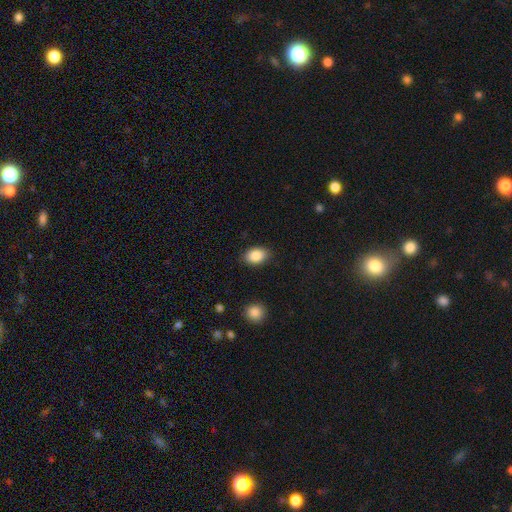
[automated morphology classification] Smooth or featured: smooth — 87% (star or artifact — 8%)
How rounded: in between — 80% (round — 19%)
Merging: none — 86% (minor disturbance — 10%)